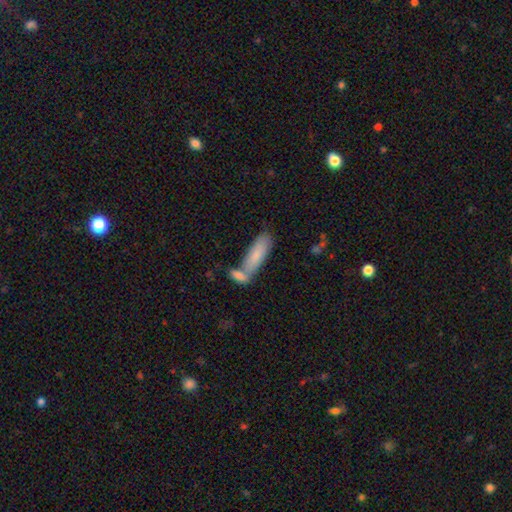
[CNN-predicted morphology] smooth_or_featured: smooth (p=0.80) [alt: featured or disk p=0.14]
how_rounded: in between (p=0.52) [alt: cigar-shaped p=0.46]
merging: none (p=0.45) [alt: merger p=0.39]